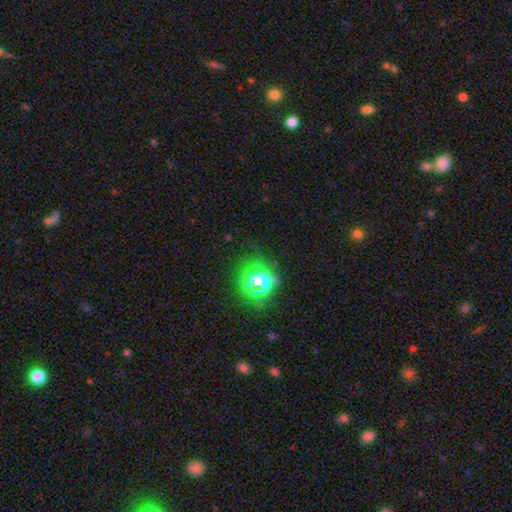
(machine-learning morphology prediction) Q: Smooth or featured?
A: star or artifact (73%); runner-up: smooth (20%)